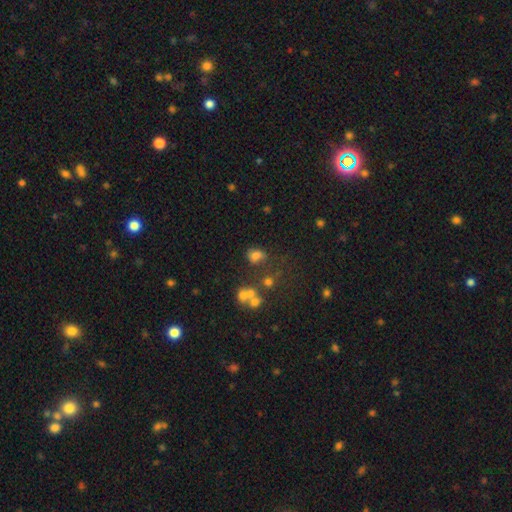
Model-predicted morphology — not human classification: Overall: smooth (69%). How rounded: in between (67%; round 31%). Merging: none (51%; minor disturbance 20%).